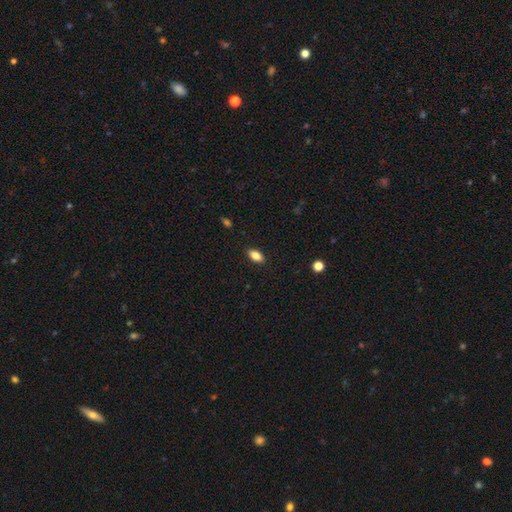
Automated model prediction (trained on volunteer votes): A smooth galaxy with no disk features (84%) that is in between round and cigar-shaped (89%).

Vote fractions:
- Smooth or featured? smooth: 84% / star or artifact: 8% / featured or disk: 7%
- How rounded? in between: 89% / cigar-shaped: 6% / round: 5%
- Merging? none: 88% / minor disturbance: 9% / major disturbance: 2% / merger: 1%